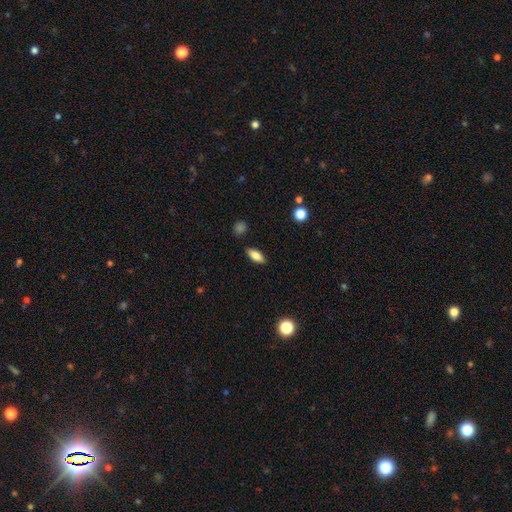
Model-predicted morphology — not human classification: type=smooth (81%); roundness=in between (80%); merging=none (86%).